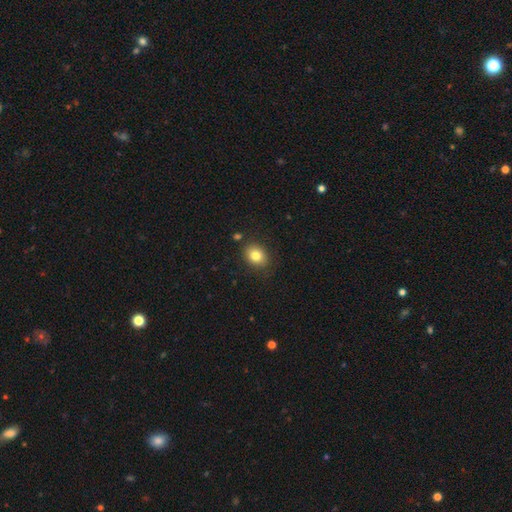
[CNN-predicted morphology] Smooth or featured: smooth — 82% (star or artifact — 10%)
How rounded: in between — 51% (round — 49%)
Merging: none — 85% (minor disturbance — 10%)